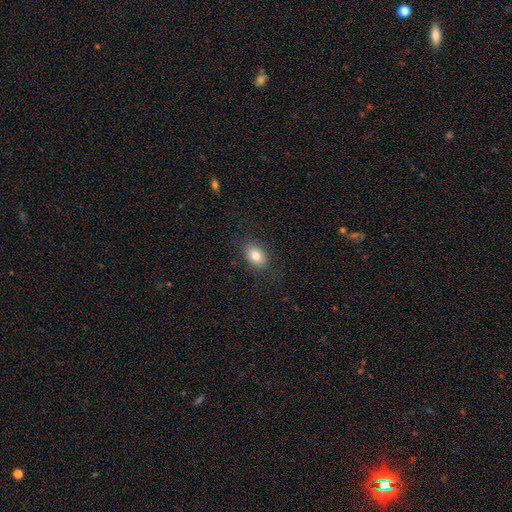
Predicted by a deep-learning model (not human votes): Morphology: type=smooth (80%); roundness=in between (79%); merging=none (82%).